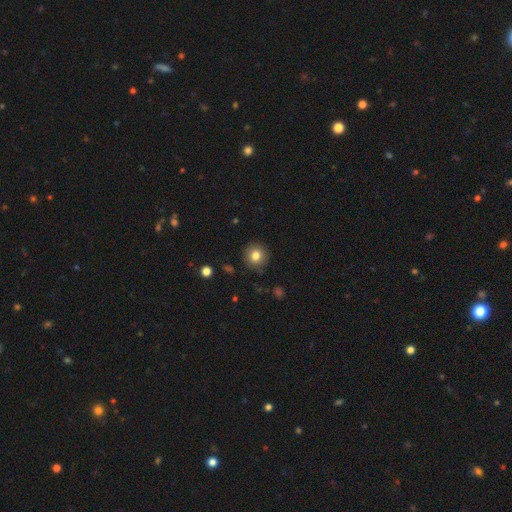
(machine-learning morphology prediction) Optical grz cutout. It shows a smooth galaxy with no disk features (81%) that is round (93%). Merging: none (89%).